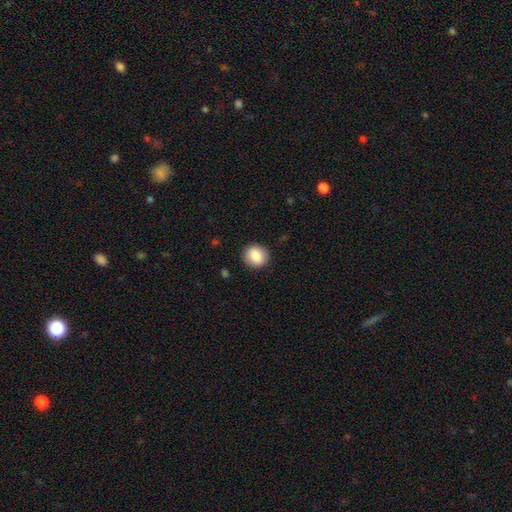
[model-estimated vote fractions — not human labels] A smooth galaxy with no disk features (87%) that is round (82%).

Vote fractions:
- Smooth or featured? smooth: 87% / star or artifact: 8% / featured or disk: 5%
- How rounded? round: 82% / in between: 17% / cigar-shaped: 1%
- Merging? none: 90% / minor disturbance: 7% / major disturbance: 2% / merger: 1%